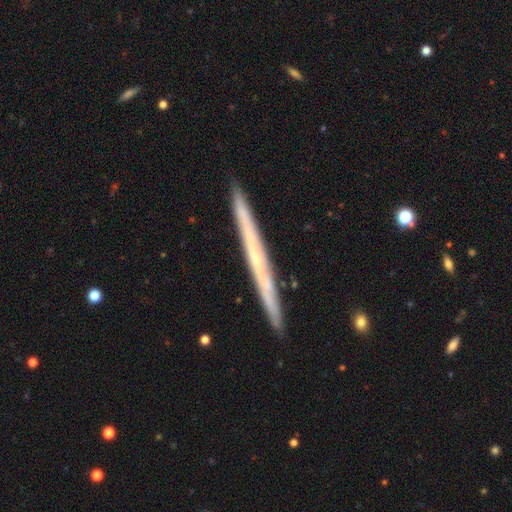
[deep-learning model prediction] smooth-or-featured: featured or disk: 65% | smooth: 29% | star or artifact: 6%
  disk-edge-on: yes: 97% | no: 3%
    edge-on-bulge: none: 82% | rounded: 15% | boxy: 3%
  merging: none: 92% | minor disturbance: 6% | major disturbance: 1% | merger: 1%